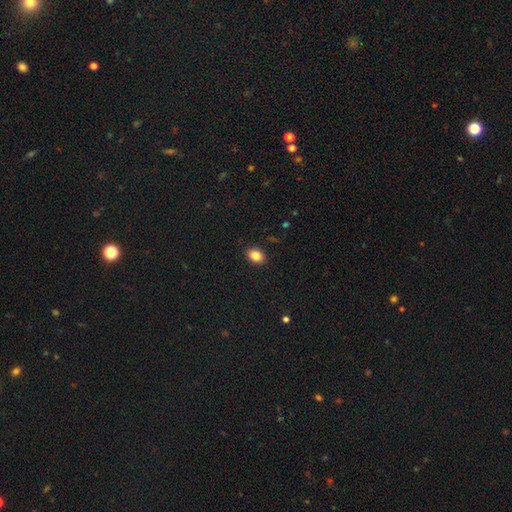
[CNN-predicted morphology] Smooth or featured? smooth (85%)
How rounded? in between (71%)
Merging? none (90%)